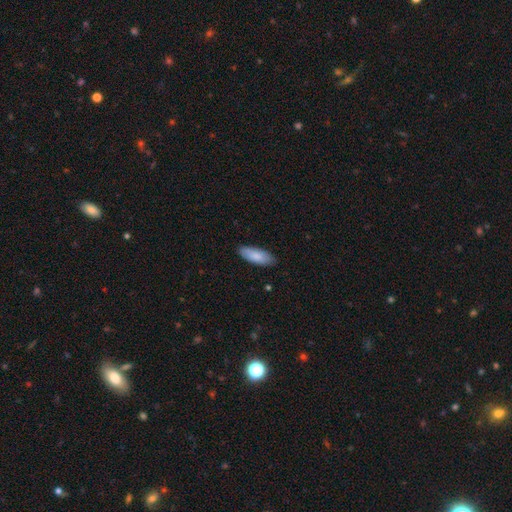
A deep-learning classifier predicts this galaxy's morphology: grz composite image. It shows a smooth galaxy with no disk features (82%) that is in between round and cigar-shaped (76%). Merging: none (84%).